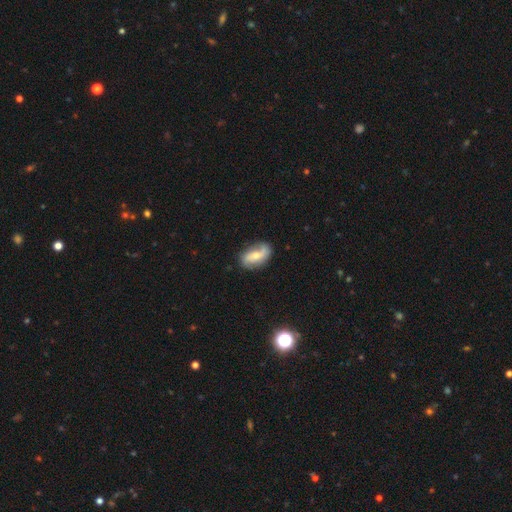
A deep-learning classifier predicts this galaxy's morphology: smooth-or-featured: featured or disk: 64% | smooth: 29% | star or artifact: 7%
  disk-edge-on: no: 94% | yes: 6%
    bar: no: 48% | weak: 35% | strong: 16%
    has-spiral-arms: yes: 87% | no: 13%
      spiral-winding: loose: 51% | medium: 32% | tight: 17%
      spiral-arm-count: 2: 84% | can't tell: 8% | 1: 5% | 3: 1% | 4: 1% | more than 4: 1%
    bulge-size: moderate: 54% | small: 39% | large: 3% | none: 2% | dominant: 1%
  merging: none: 74% | minor disturbance: 19% | major disturbance: 5% | merger: 2%